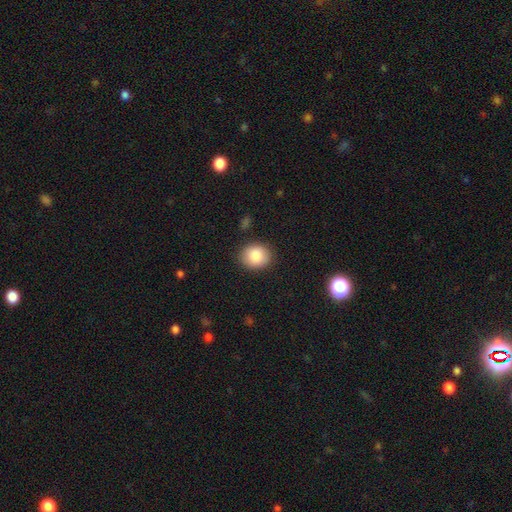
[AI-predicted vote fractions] Smooth or featured?
  - smooth: 86% *
  - star or artifact: 8%
  - featured or disk: 6%
How rounded?
  - round: 70% *
  - in between: 29%
  - cigar-shaped: 1%
Merging?
  - none: 87% *
  - minor disturbance: 9%
  - major disturbance: 3%
  - merger: 1%